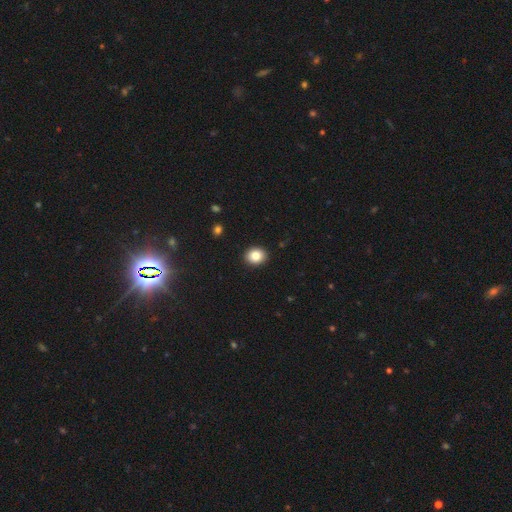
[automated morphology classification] Smooth or featured? Predicted: smooth (p=0.84). How rounded? Predicted: round (p=0.65). Merging? Predicted: none (p=0.92).